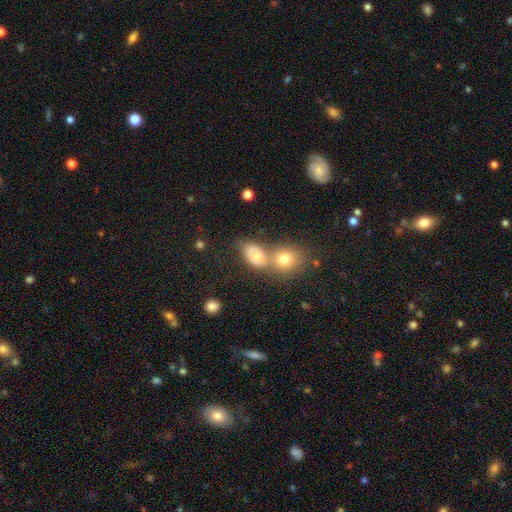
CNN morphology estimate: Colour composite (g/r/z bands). It shows a smooth galaxy with no disk features (70%) that is in between round and cigar-shaped (69%). Merging: merger (43%).